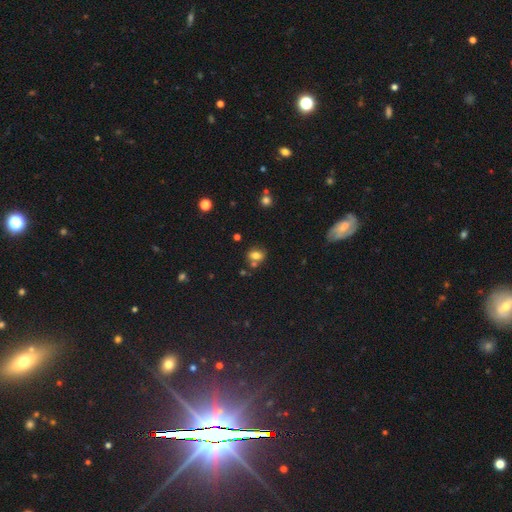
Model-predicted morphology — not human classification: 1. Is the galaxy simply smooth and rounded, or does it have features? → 75% smooth, 14% star or artifact, 12% featured or disk.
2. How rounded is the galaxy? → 64% in between, 34% round, 2% cigar-shaped.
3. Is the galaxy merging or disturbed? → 57% none, 26% merger, 13% minor disturbance, 4% major disturbance.